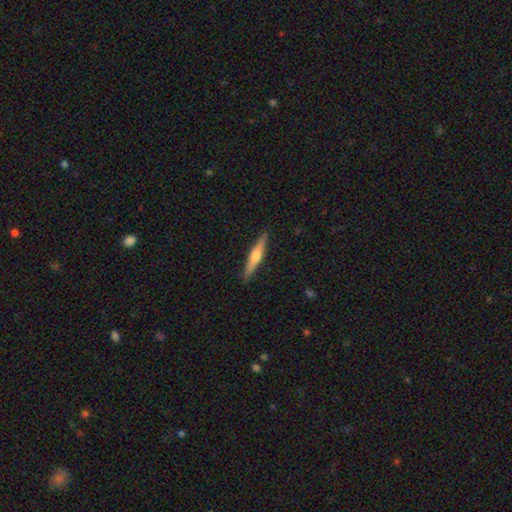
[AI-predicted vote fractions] Overall: featured or disk (55%; smooth 39%). Edge-on disk: yes (97%). Edge-on bulge: rounded (88%). Merging: none (91%).